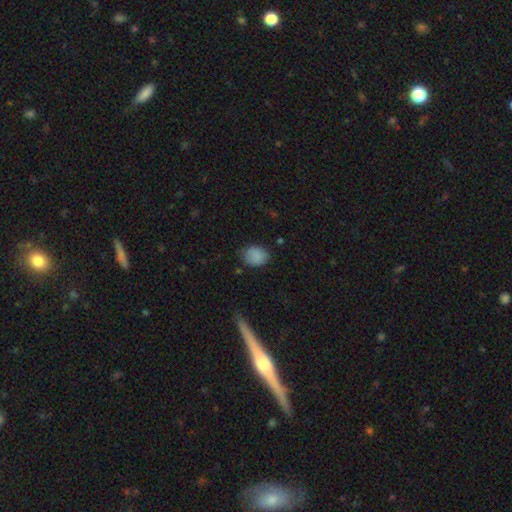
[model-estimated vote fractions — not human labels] smooth 85%, star or artifact 9%, featured or disk 6%. Down the decision tree: how rounded — in between (50%); merging — none (73%).